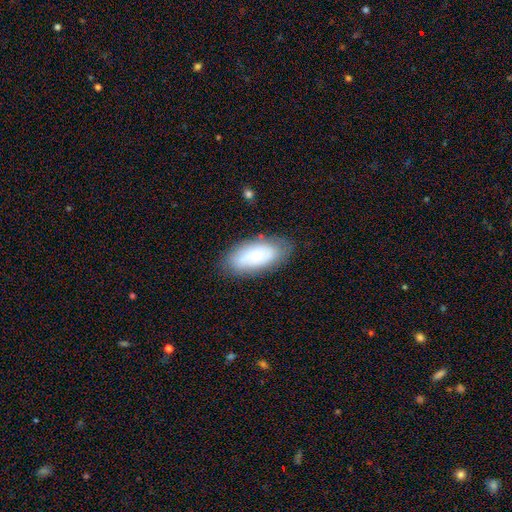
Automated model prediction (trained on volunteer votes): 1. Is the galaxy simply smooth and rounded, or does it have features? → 59% smooth, 33% featured or disk, 8% star or artifact.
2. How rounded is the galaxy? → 90% in between, 7% cigar-shaped, 3% round.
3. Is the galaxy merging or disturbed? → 78% none, 16% minor disturbance, 4% major disturbance, 2% merger.